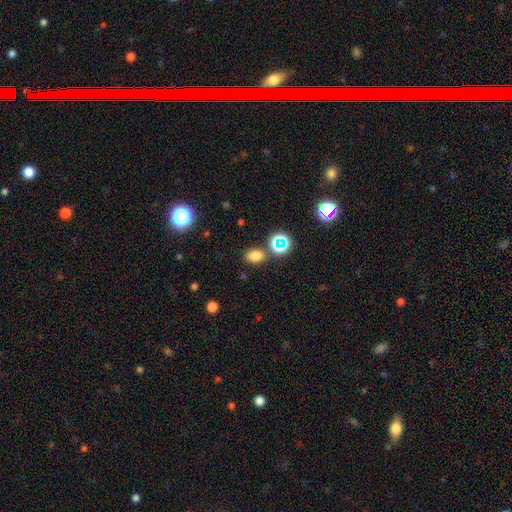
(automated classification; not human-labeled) Smooth or featured: smooth — 74% (star or artifact — 19%)
How rounded: in between — 69% (round — 29%)
Merging: none — 77% (minor disturbance — 11%)